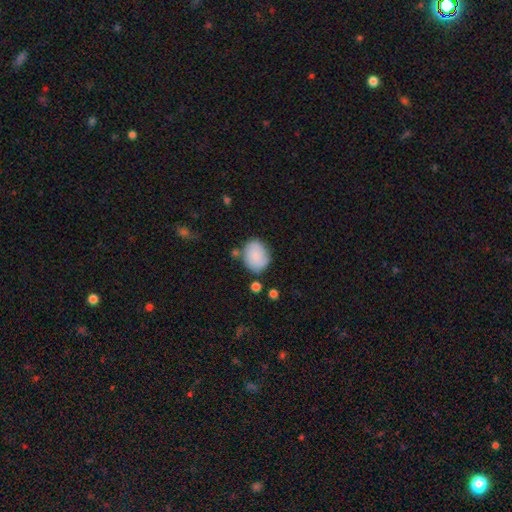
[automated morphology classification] A smooth galaxy with no disk features (80%) that is round (50%).

Vote fractions:
- Smooth or featured? smooth: 80% / featured or disk: 13% / star or artifact: 7%
- How rounded? round: 50% / in between: 49% / cigar-shaped: 1%
- Merging? none: 65% / minor disturbance: 21% / merger: 8% / major disturbance: 6%